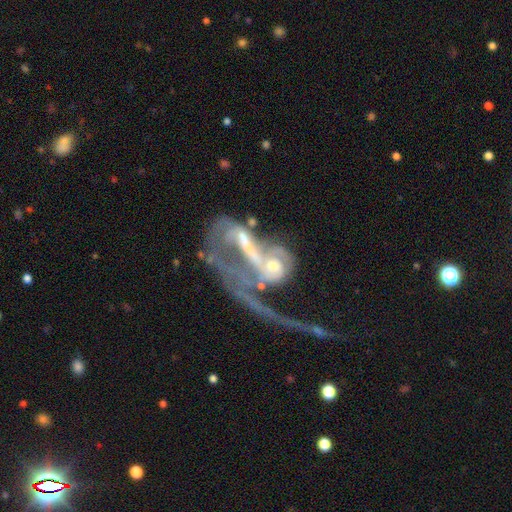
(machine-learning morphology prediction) A featured or disk galaxy (75%) with no bar (55%), spiral arms (57%) and a small central bulge (39%). Merging: merger (52%).